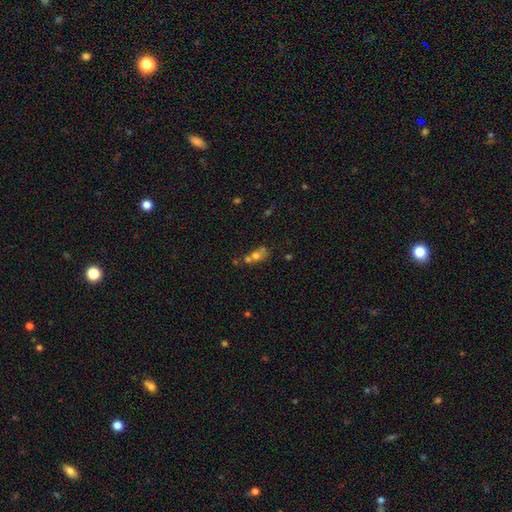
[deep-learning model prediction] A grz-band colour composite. It shows a smooth galaxy with no disk features (59%) that is in between round and cigar-shaped (48%). Merging: merger (50%).